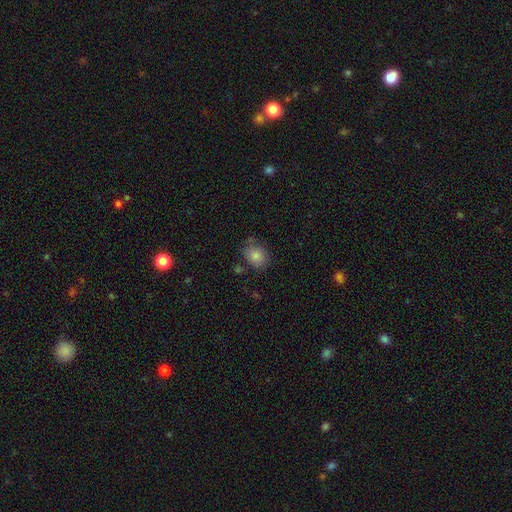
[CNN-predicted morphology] Q: Smooth or featured?
A: smooth (81%); runner-up: star or artifact (10%)
Q: How rounded?
A: in between (50%); runner-up: round (49%)
Q: Merging?
A: none (75%); runner-up: minor disturbance (17%)